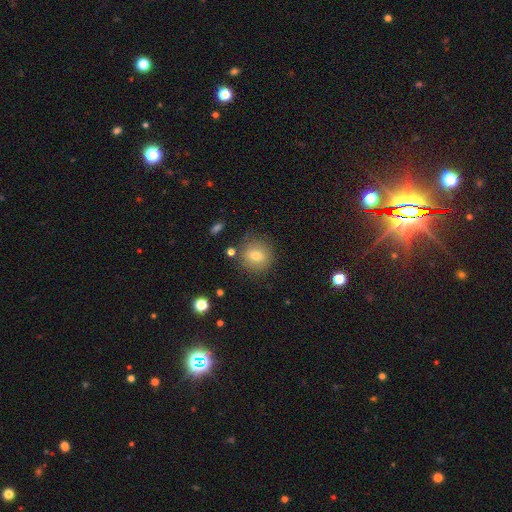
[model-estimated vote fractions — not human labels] This is likely a smooth galaxy (74%). How rounded: clearly round (84%). Merging: clearly none (81%).